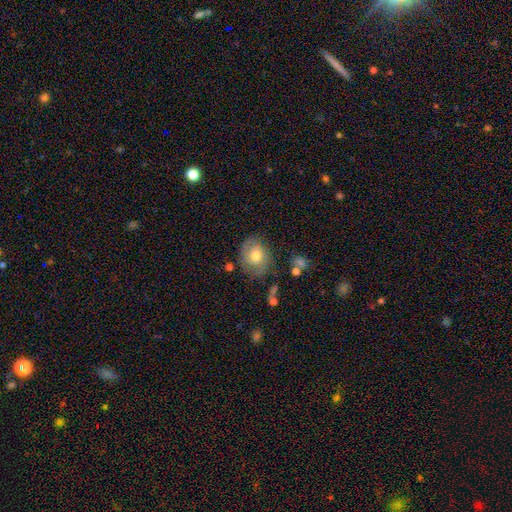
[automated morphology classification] A smooth galaxy with no disk features (50%). Merging: none (67%).